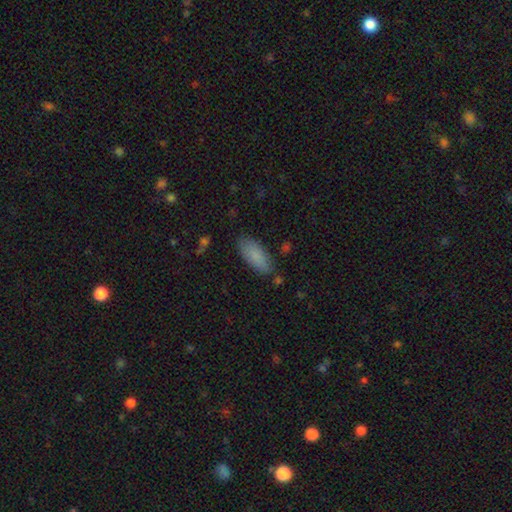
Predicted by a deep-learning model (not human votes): smooth 85%, featured or disk 8%, star or artifact 6%. Down the decision tree: how rounded — in between (80%); merging — none (79%).